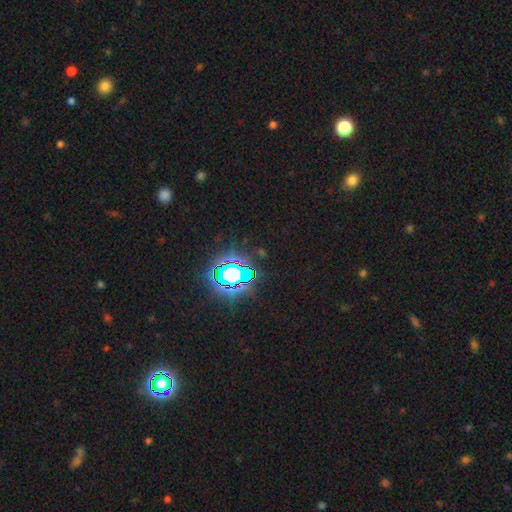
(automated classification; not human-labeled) smooth-or-featured: star or artifact: 79% | smooth: 13% | featured or disk: 7%